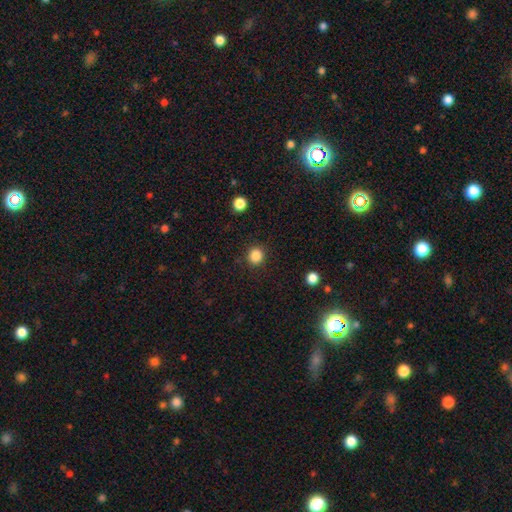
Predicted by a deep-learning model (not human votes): Morphology: type=smooth (86%); roundness=round (91%); merging=none (90%).